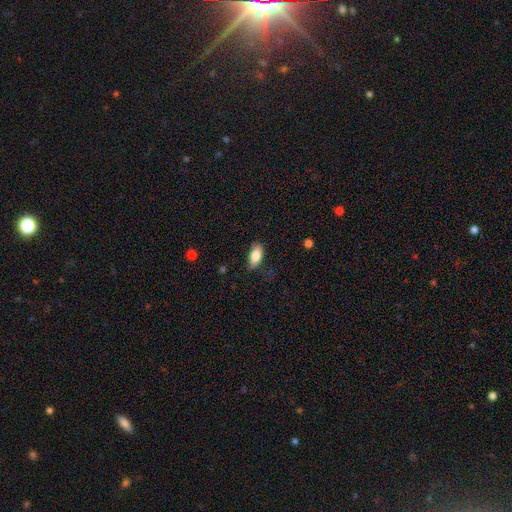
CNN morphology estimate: This is clearly a smooth galaxy (83%). How rounded: clearly in between (87%). Merging: likely none (75%).